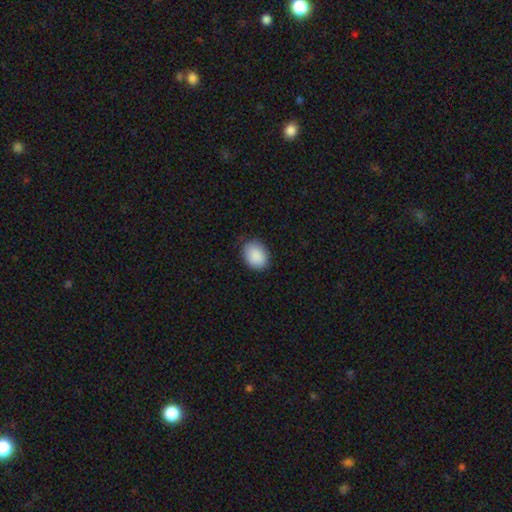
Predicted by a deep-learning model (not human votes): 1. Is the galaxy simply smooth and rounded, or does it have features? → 90% smooth, 7% star or artifact, 3% featured or disk.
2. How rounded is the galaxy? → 66% in between, 33% round, 1% cigar-shaped.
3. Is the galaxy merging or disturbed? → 82% none, 14% minor disturbance, 2% major disturbance, 1% merger.